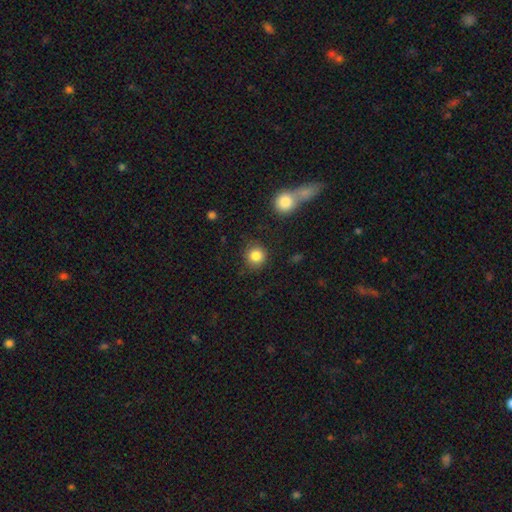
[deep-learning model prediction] smooth_or_featured: smooth (p=0.84) [alt: star or artifact p=0.10]
how_rounded: round (p=0.91) [alt: in between p=0.08]
merging: none (p=0.86) [alt: minor disturbance p=0.08]